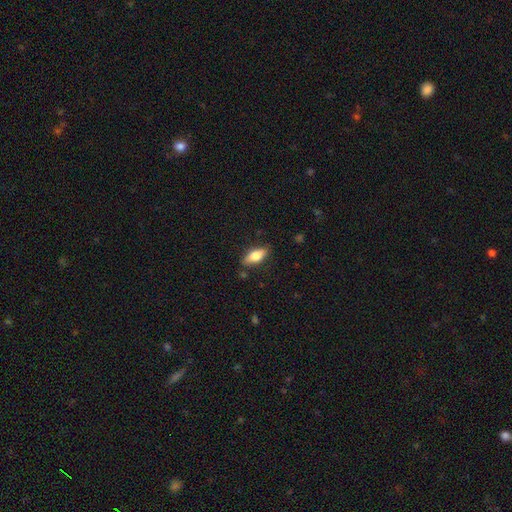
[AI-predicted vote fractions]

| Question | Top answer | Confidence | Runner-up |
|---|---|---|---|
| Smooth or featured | smooth | 72% | featured or disk (21%) |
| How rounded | in between | 78% | cigar-shaped (19%) |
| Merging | none | 82% | minor disturbance (13%) |